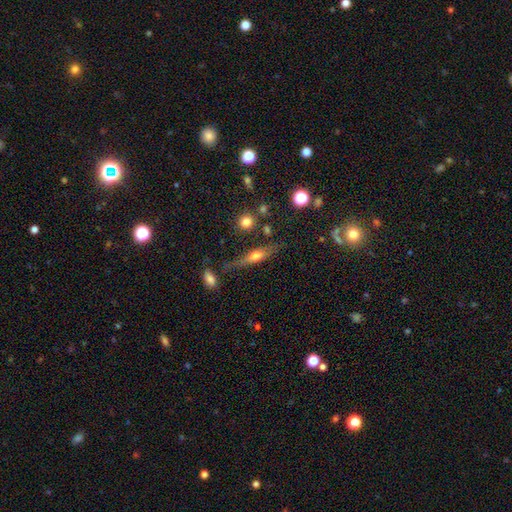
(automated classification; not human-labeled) Q: Smooth or featured?
A: featured or disk (47%); runner-up: smooth (44%)
Q: Merging?
A: none (68%); runner-up: minor disturbance (19%)